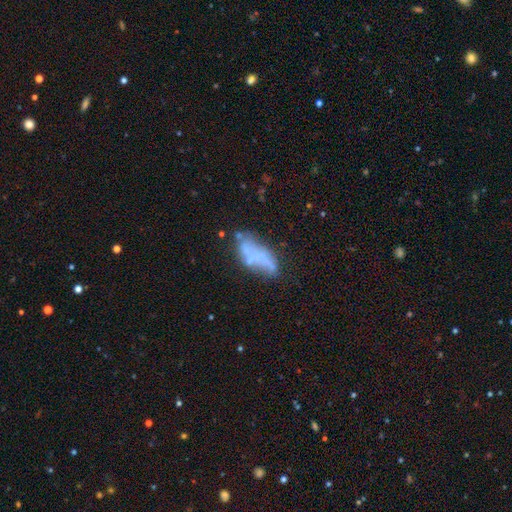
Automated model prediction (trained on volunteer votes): The model was most divided on "smooth or featured": featured or disk: 48%, smooth: 40%, star or artifact: 12%. Remaining: merging — none (39%).